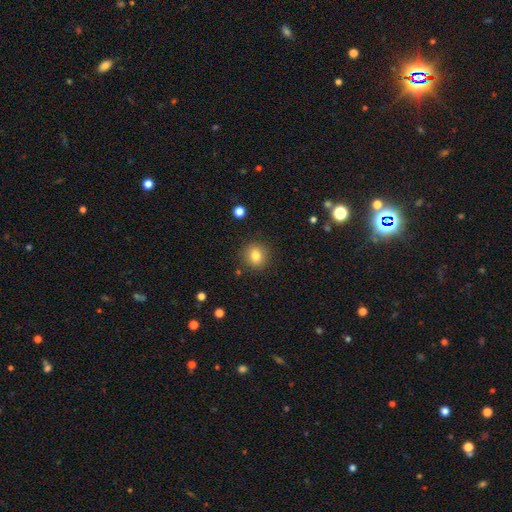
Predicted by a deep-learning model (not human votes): A smooth galaxy with no disk features (81%) that is round (85%). Merging: none (87%).